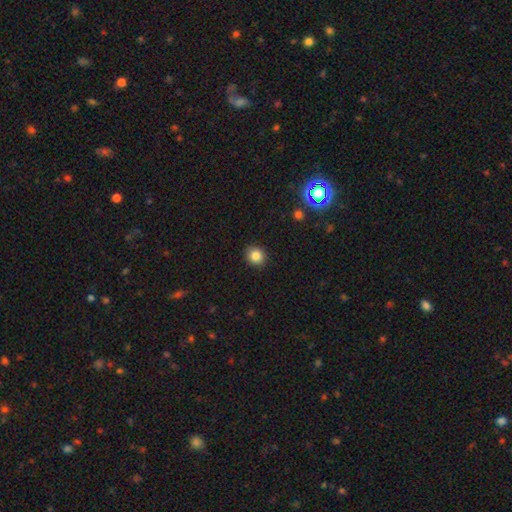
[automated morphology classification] Smooth or featured? smooth (84%)
How rounded? round (79%)
Merging? none (91%)